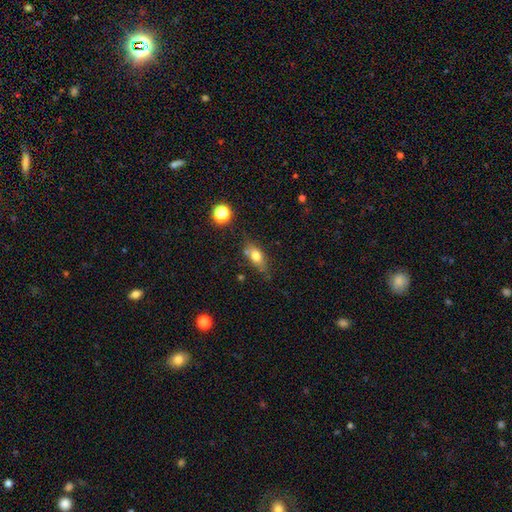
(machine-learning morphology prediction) Smooth or featured? Predicted: smooth (p=0.73). How rounded? Predicted: in between (p=0.76). Merging? Predicted: none (p=0.63).